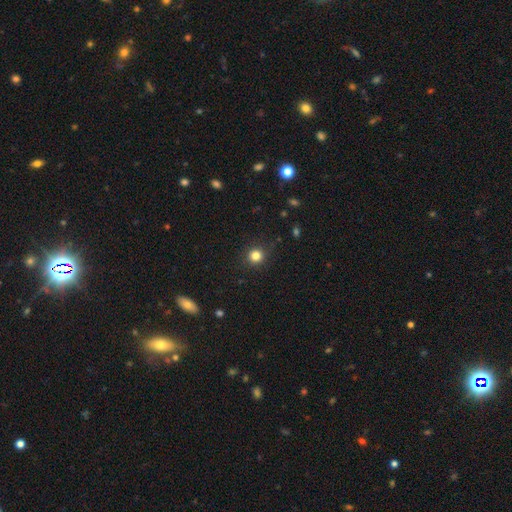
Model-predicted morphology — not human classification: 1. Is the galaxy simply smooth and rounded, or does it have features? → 83% smooth, 13% star or artifact, 5% featured or disk.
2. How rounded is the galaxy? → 92% round, 7% in between, 1% cigar-shaped.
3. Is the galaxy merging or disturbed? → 90% none, 7% minor disturbance, 2% major disturbance, 1% merger.